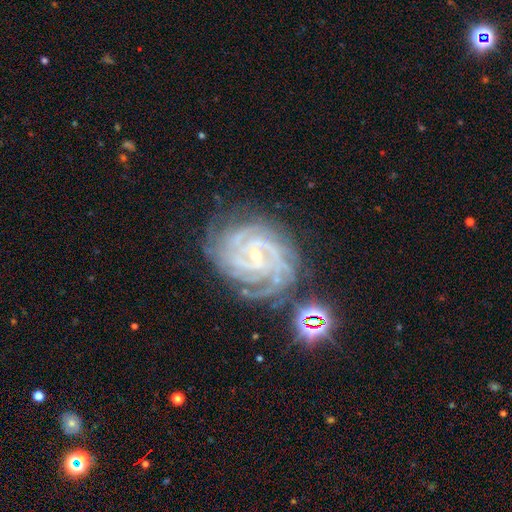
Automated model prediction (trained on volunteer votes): This appears to be a featured or disk galaxy (91%) with a weak bar (41%), 4 (34%) tight (80%) spiral arms (99%) and a small central bulge (79%). Merging: none (71%).